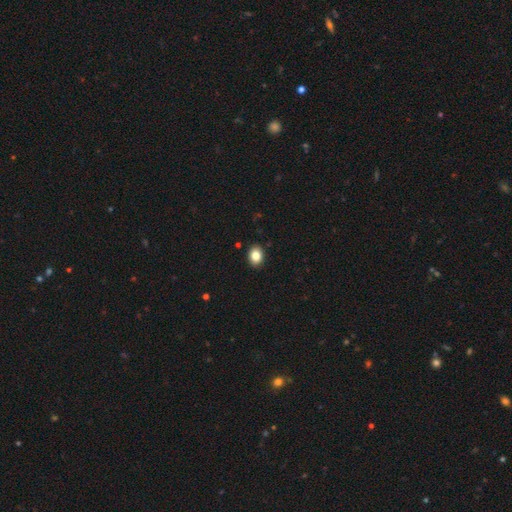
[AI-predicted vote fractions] smooth 84%, star or artifact 9%, featured or disk 7%. Down the decision tree: how rounded — in between (64%); merging — none (90%).